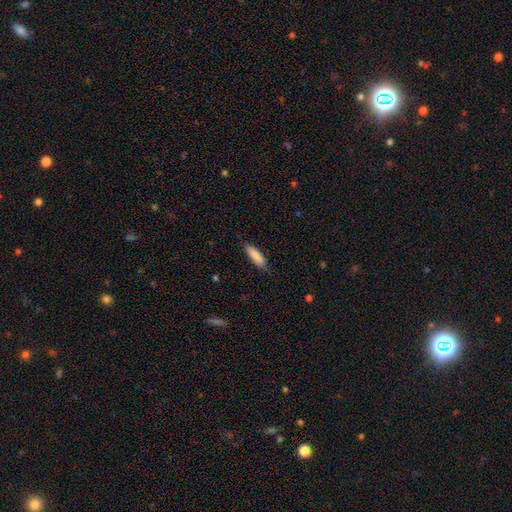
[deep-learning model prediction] This appears to be a smooth galaxy with no disk features (86%) that is cigar-shaped (53%). Merging: none (82%).